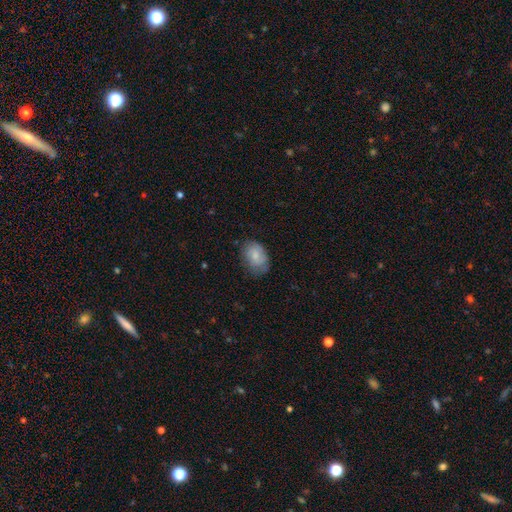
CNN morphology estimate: A smooth galaxy with no disk features (75%) that is in between round and cigar-shaped (81%).

Vote fractions:
- Smooth or featured? smooth: 75% / featured or disk: 18% / star or artifact: 7%
- How rounded? in between: 81% / round: 18% / cigar-shaped: 1%
- Merging? none: 64% / minor disturbance: 27% / major disturbance: 8% / merger: 1%